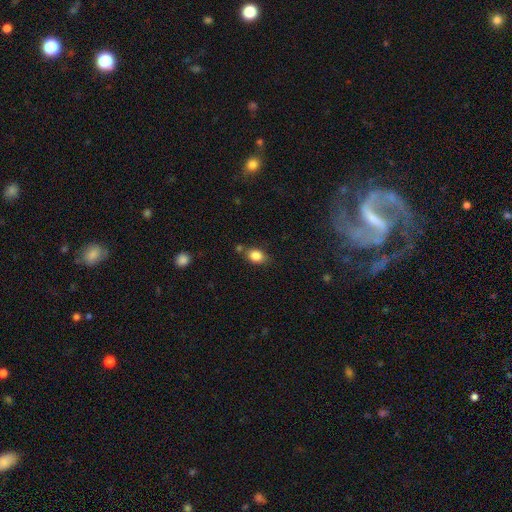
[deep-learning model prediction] Smooth or featured: smooth — 85% (star or artifact — 9%)
How rounded: in between — 70% (round — 28%)
Merging: none — 69% (minor disturbance — 17%)